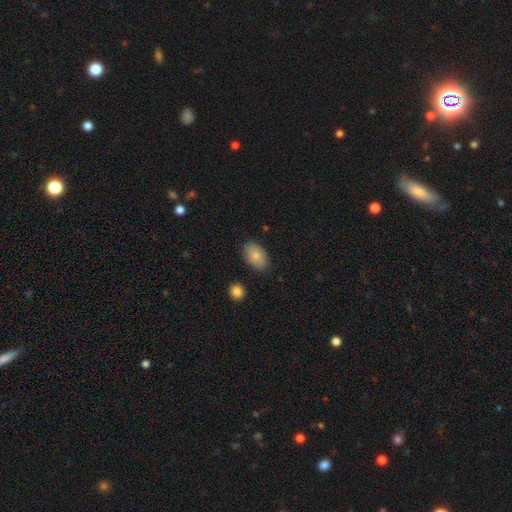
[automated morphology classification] type=smooth (81%); roundness=in between (91%); merging=none (82%).